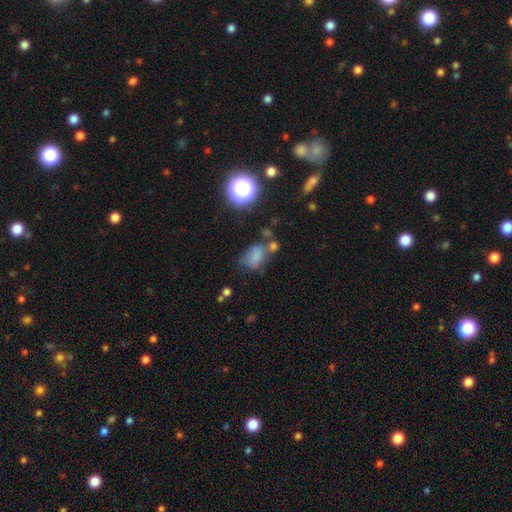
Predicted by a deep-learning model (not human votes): The model was most divided on "merging": none: 34%, merger: 24%, minor disturbance: 24%, major disturbance: 19%. More confident: how rounded — in between (75%); smooth or featured — smooth (68%).